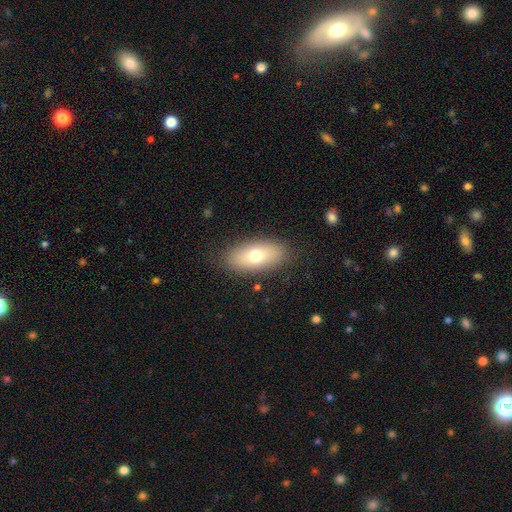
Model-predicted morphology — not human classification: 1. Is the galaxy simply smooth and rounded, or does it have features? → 70% smooth, 22% featured or disk, 8% star or artifact.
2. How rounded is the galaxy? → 87% in between, 8% cigar-shaped, 5% round.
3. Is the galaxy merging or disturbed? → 85% none, 10% minor disturbance, 3% major disturbance, 1% merger.